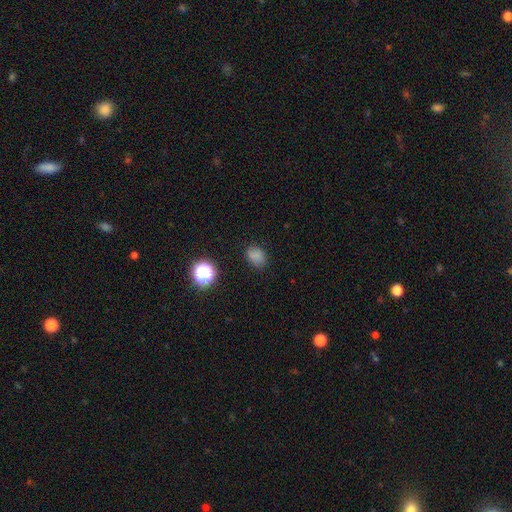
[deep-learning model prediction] Smooth or featured? Predicted: smooth (p=0.77). How rounded? Predicted: in between (p=0.60). Merging? Predicted: none (p=0.77).